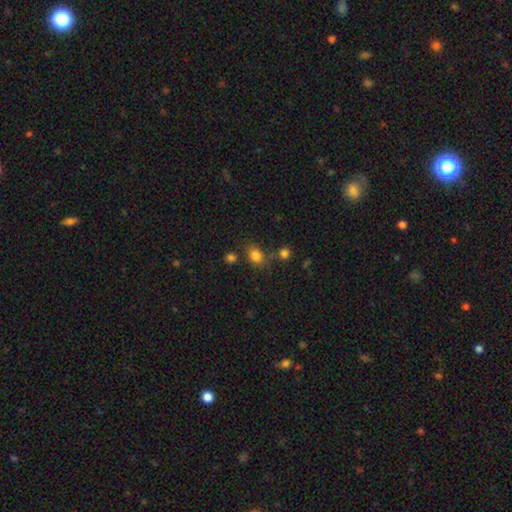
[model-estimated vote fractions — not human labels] Q: Smooth or featured?
A: smooth (81%); runner-up: star or artifact (13%)
Q: How rounded?
A: in between (50%); runner-up: round (49%)
Q: Merging?
A: none (68%); runner-up: minor disturbance (15%)